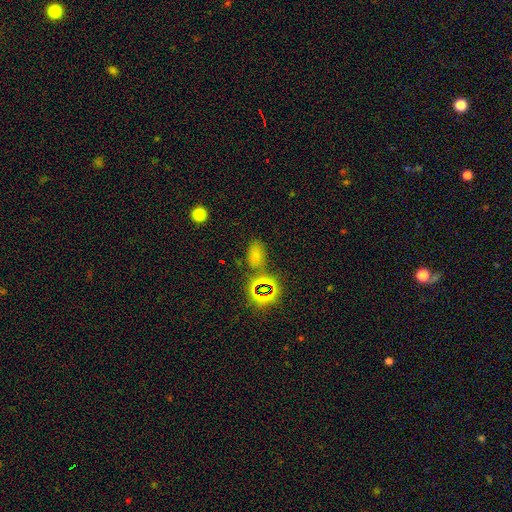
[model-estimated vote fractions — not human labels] smooth_or_featured: smooth (p=0.60) [alt: star or artifact p=0.33]
how_rounded: in between (p=0.86) [alt: round p=0.11]
merging: none (p=0.68) [alt: minor disturbance p=0.14]